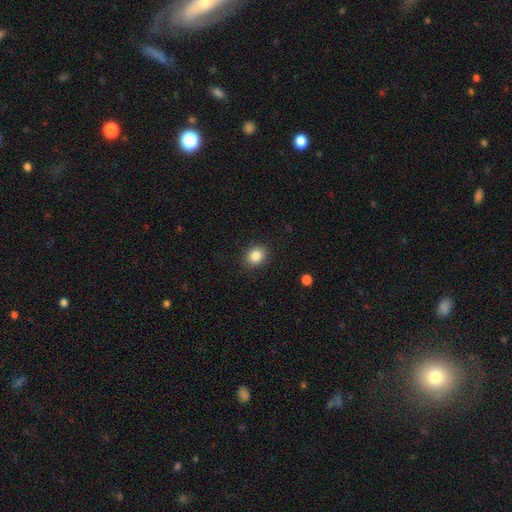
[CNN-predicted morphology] This is clearly a smooth galaxy (85%). How rounded: likely round (62%). Merging: clearly none (88%).